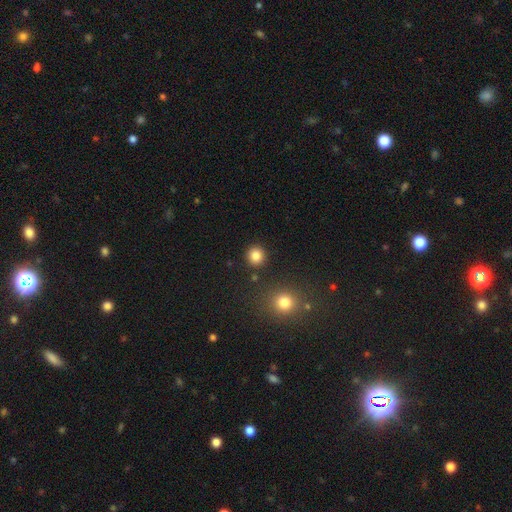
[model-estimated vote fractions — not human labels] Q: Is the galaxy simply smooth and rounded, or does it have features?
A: smooth — 85%.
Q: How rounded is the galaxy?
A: round — 92%.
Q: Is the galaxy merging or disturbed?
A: none — 89%.